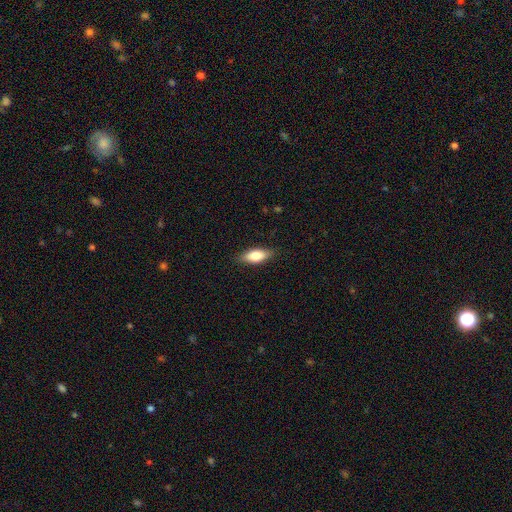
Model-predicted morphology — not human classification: smooth-or-featured: smooth: 76% | featured or disk: 17% | star or artifact: 6%
  how-rounded: in between: 77% | cigar-shaped: 20% | round: 3%
  merging: none: 85% | minor disturbance: 12% | major disturbance: 2% | merger: 1%